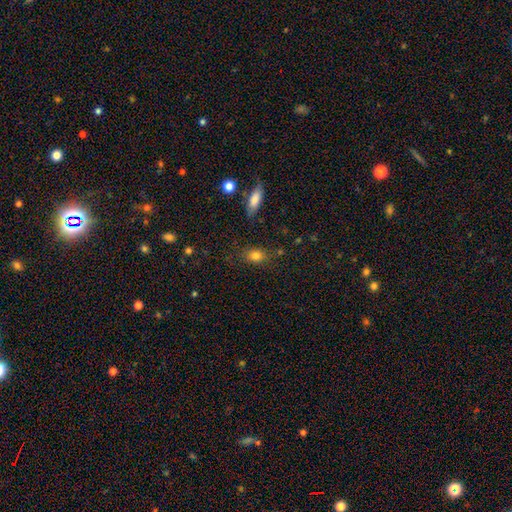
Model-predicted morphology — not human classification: Q: Smooth or featured?
A: smooth (81%); runner-up: star or artifact (11%)
Q: How rounded?
A: in between (69%); runner-up: round (26%)
Q: Merging?
A: none (77%); runner-up: minor disturbance (15%)